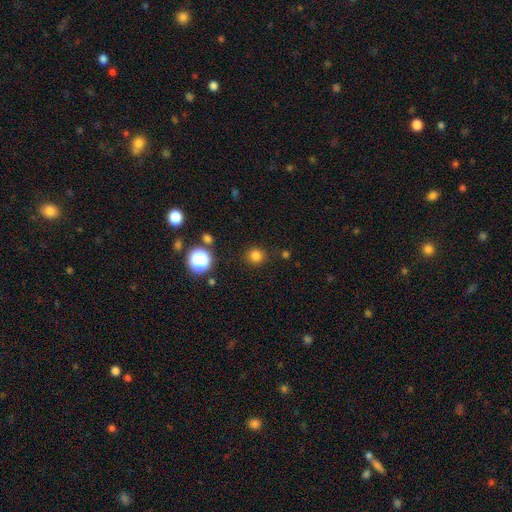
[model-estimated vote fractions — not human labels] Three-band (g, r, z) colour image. It shows a smooth galaxy with no disk features (79%) that is round (93%). Merging: none (88%).